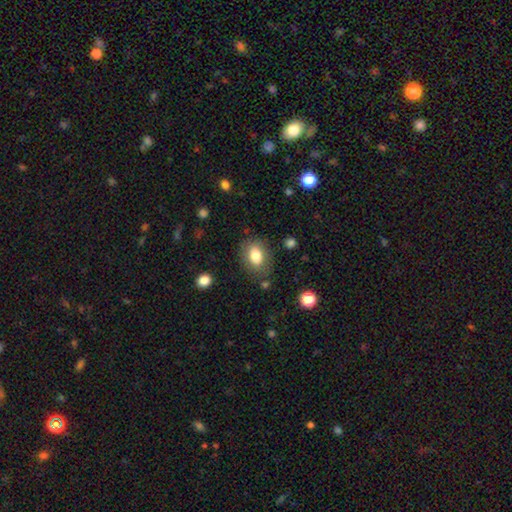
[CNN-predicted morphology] Smooth or featured? smooth (80%)
How rounded? in between (75%)
Merging? none (77%)